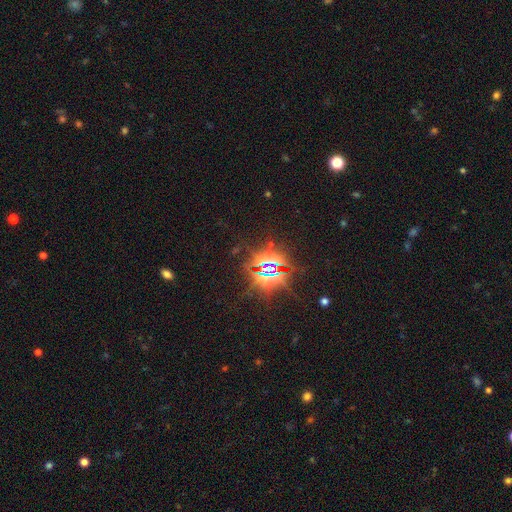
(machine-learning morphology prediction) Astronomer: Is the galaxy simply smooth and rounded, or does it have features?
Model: star or artifact — 85%.